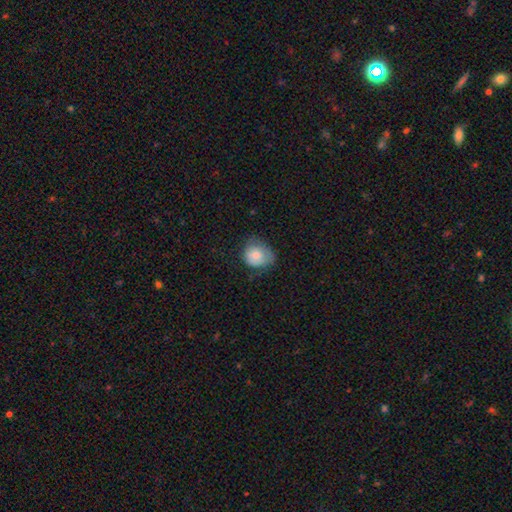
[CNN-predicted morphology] smooth-or-featured: smooth: 77% | featured or disk: 15% | star or artifact: 7%
  how-rounded: round: 64% | in between: 35% | cigar-shaped: 1%
  merging: none: 42% | minor disturbance: 41% | major disturbance: 16% | merger: 2%